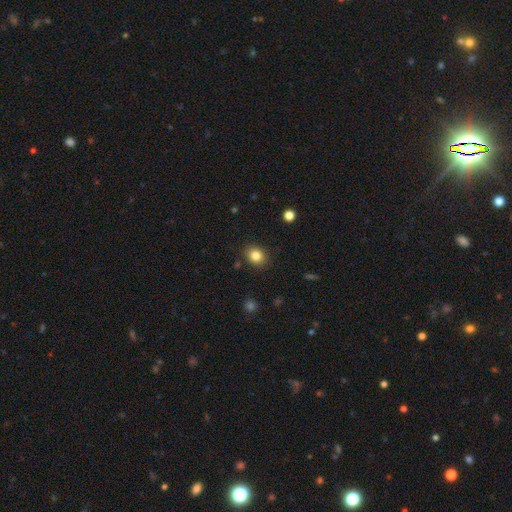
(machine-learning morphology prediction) Q: Smooth or featured?
A: smooth (84%); runner-up: star or artifact (10%)
Q: How rounded?
A: round (60%); runner-up: in between (39%)
Q: Merging?
A: none (87%); runner-up: minor disturbance (9%)